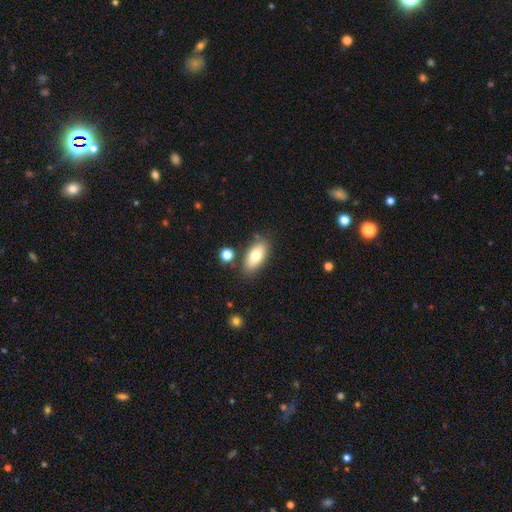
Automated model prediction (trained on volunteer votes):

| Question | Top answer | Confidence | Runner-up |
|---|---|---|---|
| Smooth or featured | smooth | 74% | featured or disk (19%) |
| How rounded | in between | 88% | cigar-shaped (8%) |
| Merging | none | 80% | minor disturbance (12%) |